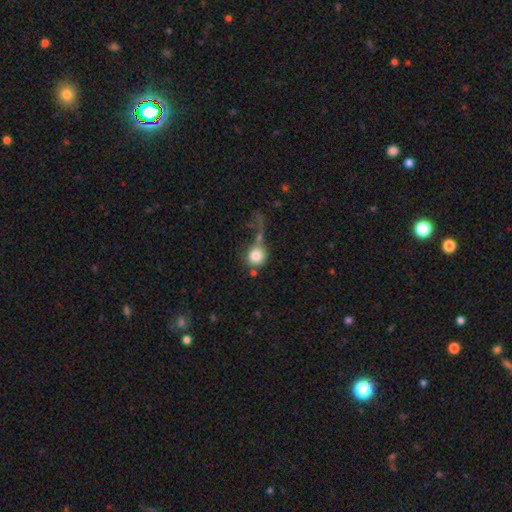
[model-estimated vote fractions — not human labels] The model was most divided on "merging": major disturbance: 33%, none: 32%, merger: 20%, minor disturbance: 14%. More confident: how rounded — round (87%); smooth or featured — smooth (78%).